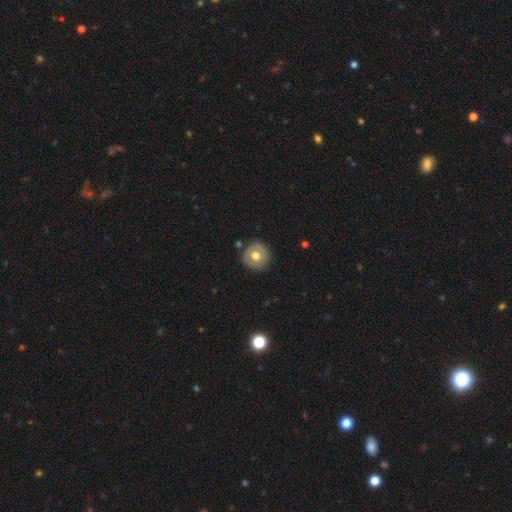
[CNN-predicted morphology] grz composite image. It shows a smooth galaxy with no disk features (66%) that is round (94%). Merging: none (86%).